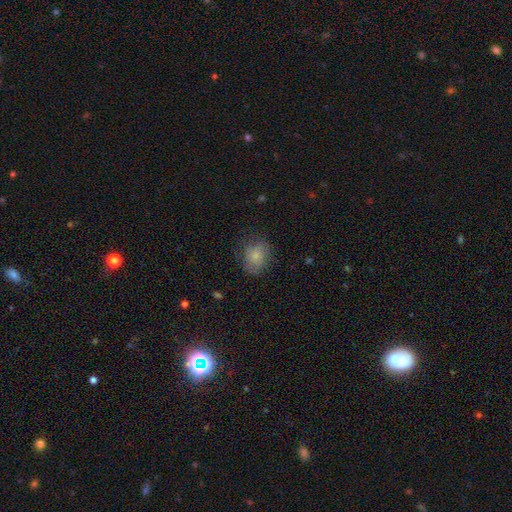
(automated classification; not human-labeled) Smooth or featured?
  - smooth: 77% *
  - featured or disk: 14%
  - star or artifact: 9%
How rounded?
  - round: 60% *
  - in between: 39%
  - cigar-shaped: 1%
Merging?
  - none: 67% *
  - minor disturbance: 22%
  - major disturbance: 10%
  - merger: 1%